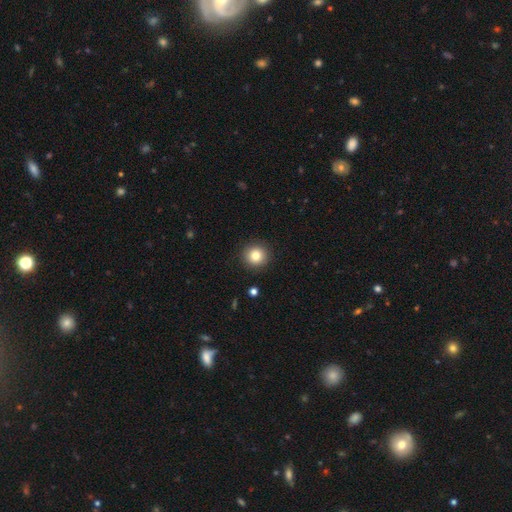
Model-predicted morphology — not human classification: Smooth or featured? Predicted: smooth (p=0.82). How rounded? Predicted: round (p=0.94). Merging? Predicted: none (p=0.91).